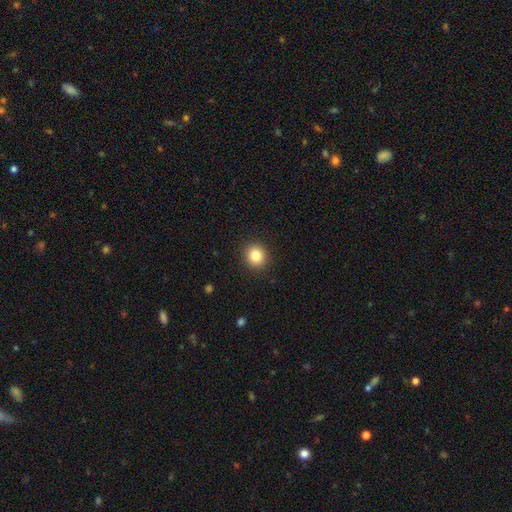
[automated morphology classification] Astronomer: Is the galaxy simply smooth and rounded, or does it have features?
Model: smooth — 84%.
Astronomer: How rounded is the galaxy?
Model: round — 87%.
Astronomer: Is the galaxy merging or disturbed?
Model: none — 91%.